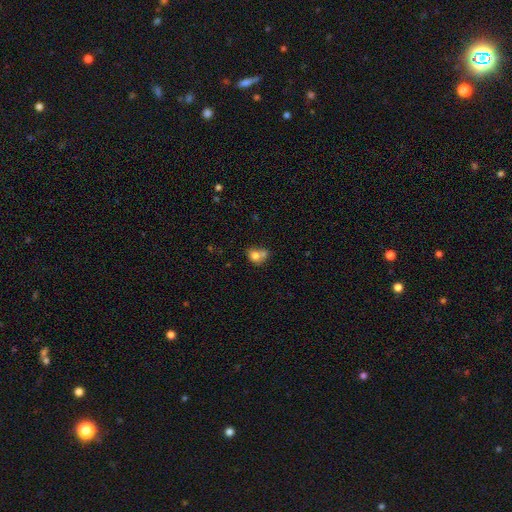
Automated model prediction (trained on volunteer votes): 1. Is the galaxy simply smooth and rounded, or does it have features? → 74% smooth, 16% featured or disk, 11% star or artifact.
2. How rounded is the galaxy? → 59% round, 40% in between, 1% cigar-shaped.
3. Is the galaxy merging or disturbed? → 46% merger, 32% none, 15% minor disturbance, 7% major disturbance.